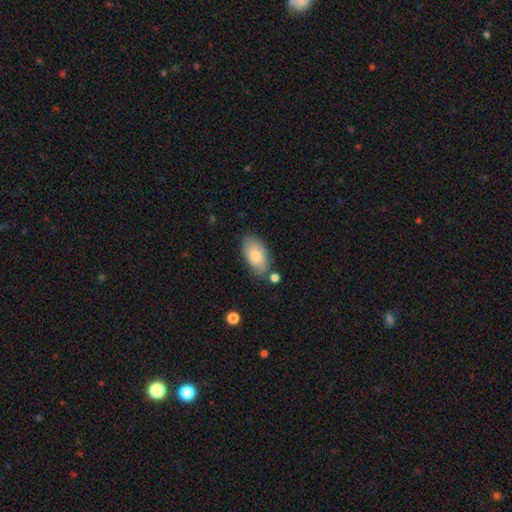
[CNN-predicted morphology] Smooth or featured? Predicted: smooth (p=0.73). How rounded? Predicted: in between (p=0.93). Merging? Predicted: none (p=0.68).